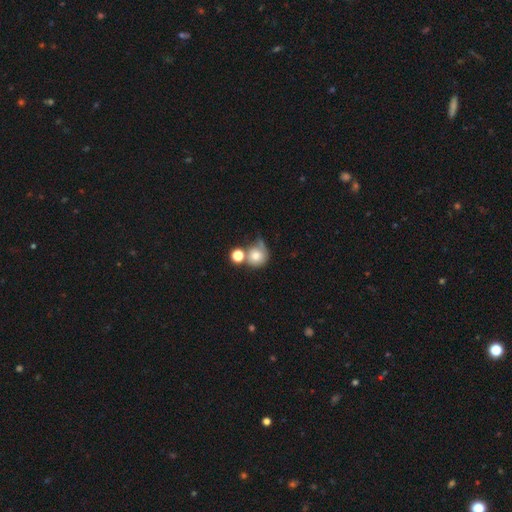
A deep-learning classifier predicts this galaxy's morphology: This is likely a smooth galaxy (73%). How rounded: clearly round (85%). Merging: marginally none (38%).